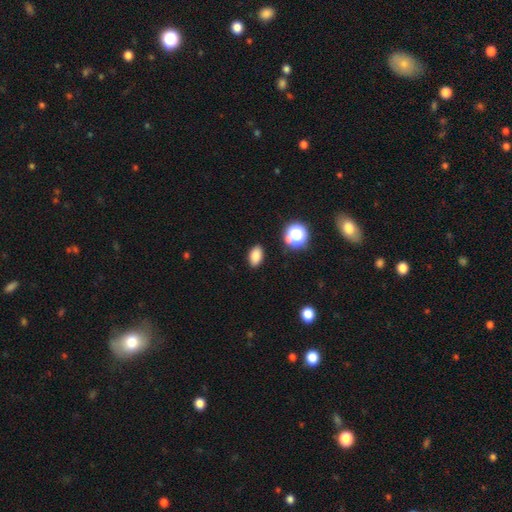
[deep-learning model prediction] Smooth or featured? smooth (82%)
How rounded? in between (87%)
Merging? none (88%)